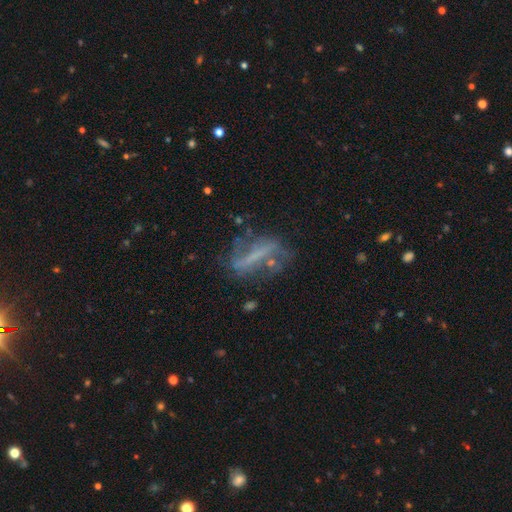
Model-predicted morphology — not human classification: smooth_or_featured: featured or disk (p=0.62) [alt: smooth p=0.25]
disk_edge_on: no (p=0.72) [alt: yes p=0.28]
merging: none (p=0.56) [alt: minor disturbance p=0.23]